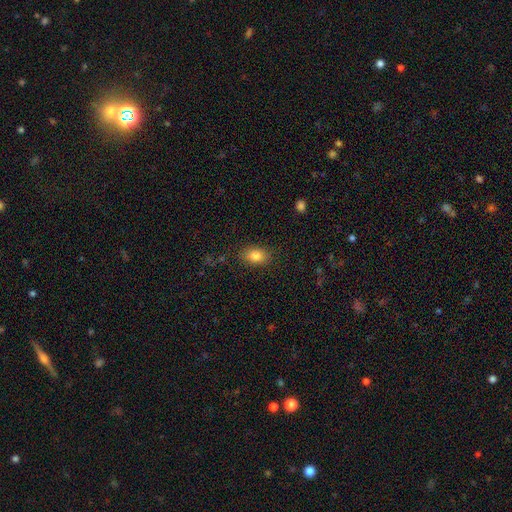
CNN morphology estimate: This appears to be a smooth galaxy with no disk features (83%) that is in between round and cigar-shaped (82%). Merging: none (86%).